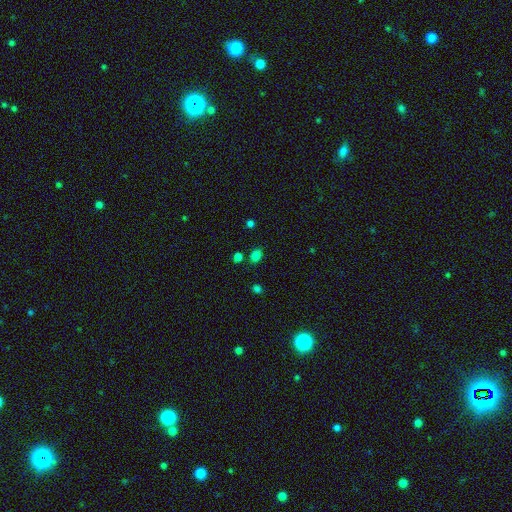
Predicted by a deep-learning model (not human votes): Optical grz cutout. It shows a smooth galaxy with no disk features (79%) that is in between round and cigar-shaped (67%). Merging: none (80%).